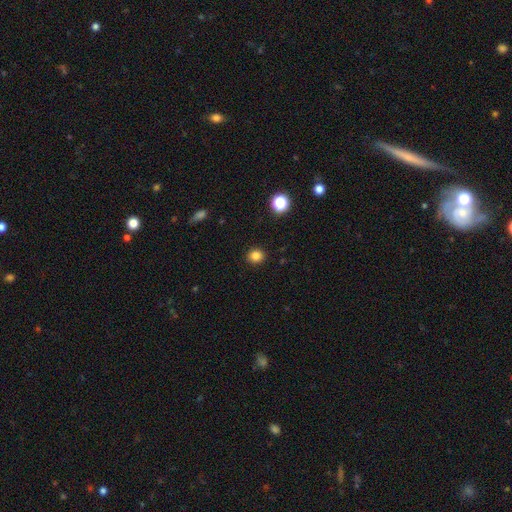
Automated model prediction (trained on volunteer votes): smooth 83%, star or artifact 13%, featured or disk 4%. Down the decision tree: how rounded — round (76%); merging — none (90%).